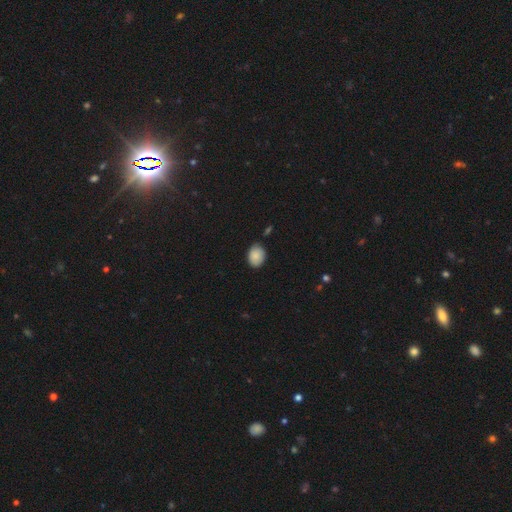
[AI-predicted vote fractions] The model was most divided on "how rounded": in between: 71%, round: 28%, cigar-shaped: 1%. More confident: smooth or featured — smooth (86%); merging — none (77%).